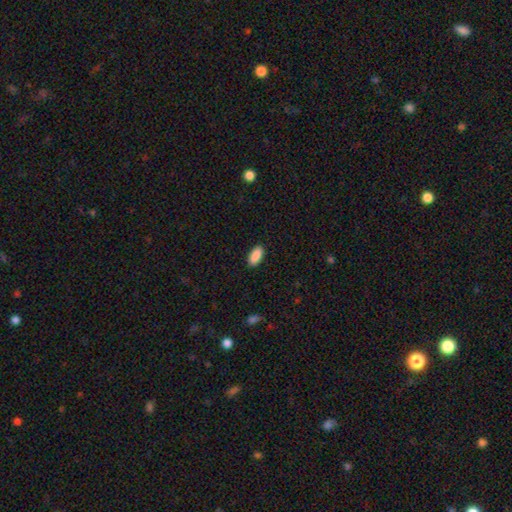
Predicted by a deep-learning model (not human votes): This appears to be a smooth galaxy with no disk features (91%) that is in between round and cigar-shaped (90%). Merging: none (89%).